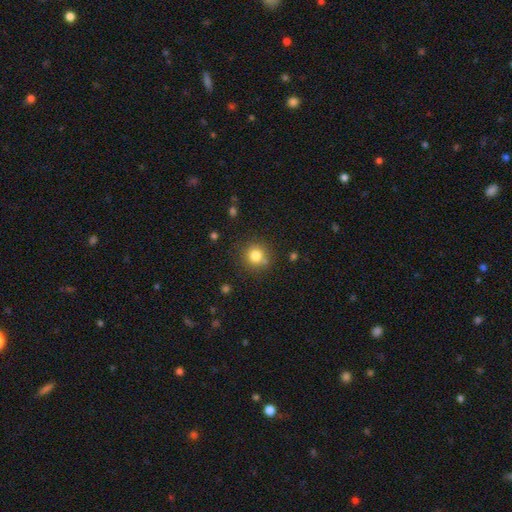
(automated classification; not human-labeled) smooth-or-featured: smooth: 81% | star or artifact: 12% | featured or disk: 7%
  how-rounded: round: 92% | in between: 7% | cigar-shaped: 1%
  merging: none: 79% | minor disturbance: 11% | merger: 7% | major disturbance: 4%